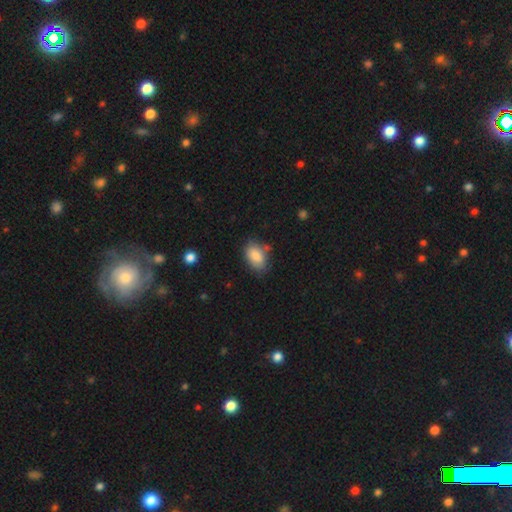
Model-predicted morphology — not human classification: The model was most divided on "merging": none: 70%, minor disturbance: 22%, major disturbance: 5%, merger: 4%. More confident: how rounded — in between (91%); smooth or featured — smooth (85%).